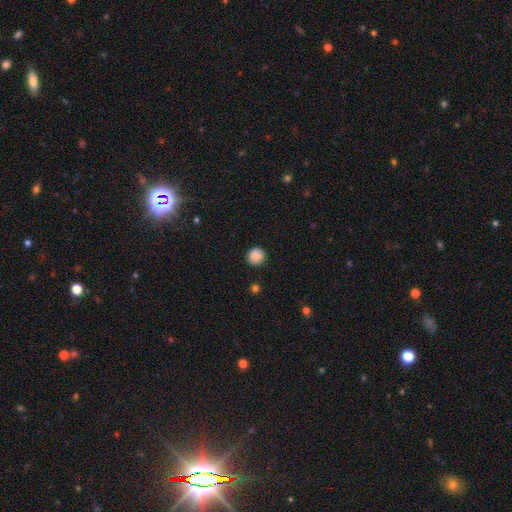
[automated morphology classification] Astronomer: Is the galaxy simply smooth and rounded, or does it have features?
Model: smooth — 88%.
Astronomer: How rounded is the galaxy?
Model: round — 91%.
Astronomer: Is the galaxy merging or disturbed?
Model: none — 88%.